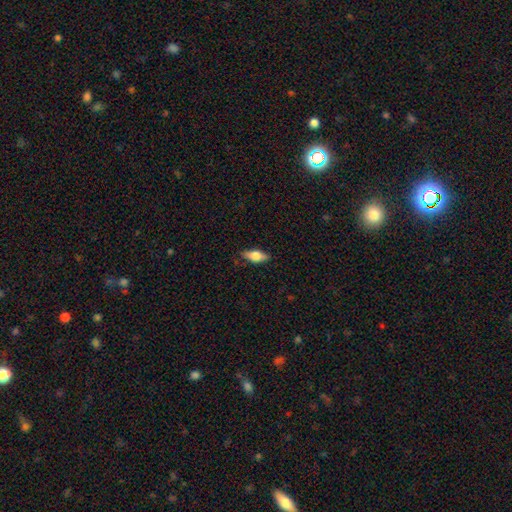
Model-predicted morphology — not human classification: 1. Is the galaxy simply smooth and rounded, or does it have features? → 62% smooth, 31% featured or disk, 7% star or artifact.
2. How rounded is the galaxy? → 75% in between, 21% cigar-shaped, 4% round.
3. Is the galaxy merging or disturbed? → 84% none, 13% minor disturbance, 3% major disturbance, 1% merger.